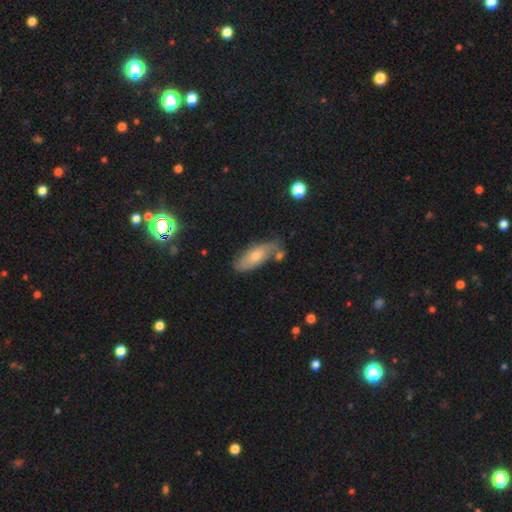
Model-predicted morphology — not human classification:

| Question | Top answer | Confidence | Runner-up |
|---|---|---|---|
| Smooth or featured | smooth | 49% | featured or disk (40%) |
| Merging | none | 63% | minor disturbance (22%) |